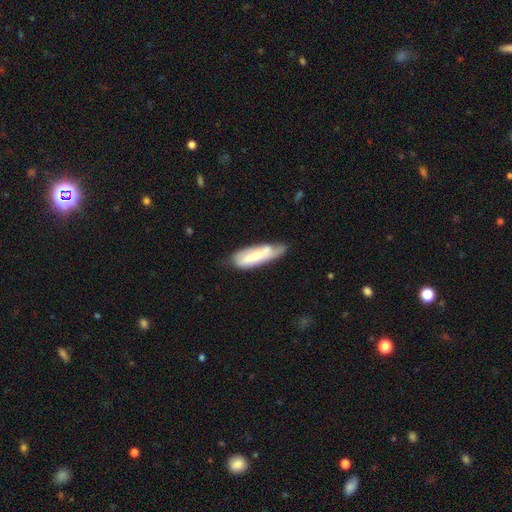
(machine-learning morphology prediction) The model was most divided on "how rounded": in between: 50%, cigar-shaped: 49%, round: 2%. Remaining: smooth or featured — smooth (53%); merging — none (47%).